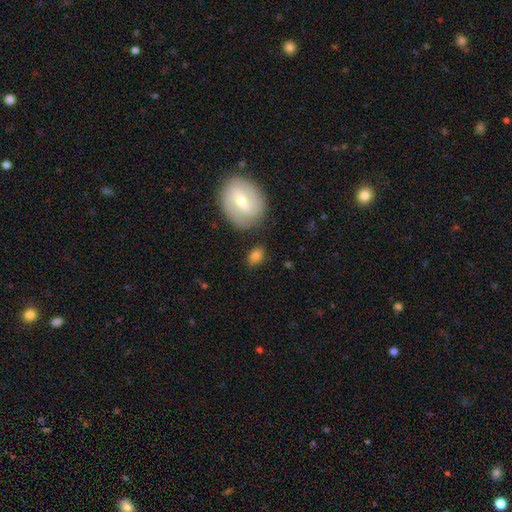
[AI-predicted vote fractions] A smooth galaxy with no disk features (77%) that is in between round and cigar-shaped (81%). Merging: none (74%).